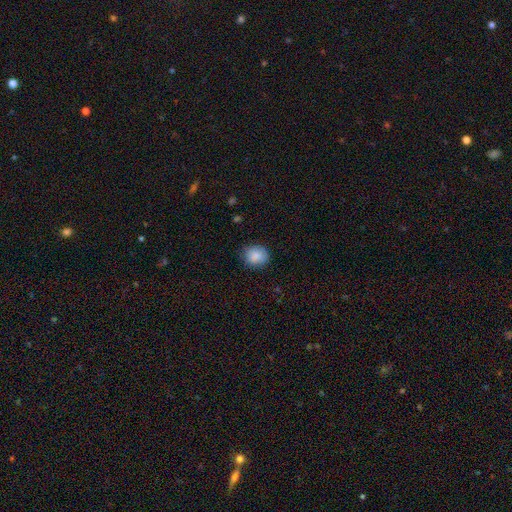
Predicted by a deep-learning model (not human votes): Smooth or featured? smooth (88%)
How rounded? round (68%)
Merging? none (82%)